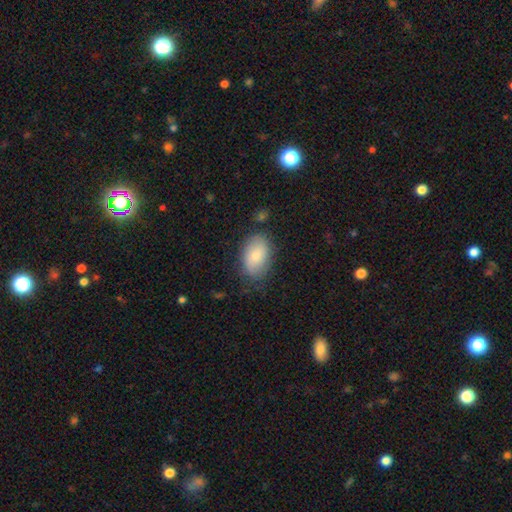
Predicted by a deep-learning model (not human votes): The model was most divided on "merging": none: 74%, minor disturbance: 18%, major disturbance: 5%, merger: 2%. More confident: how rounded — in between (89%); smooth or featured — smooth (80%).